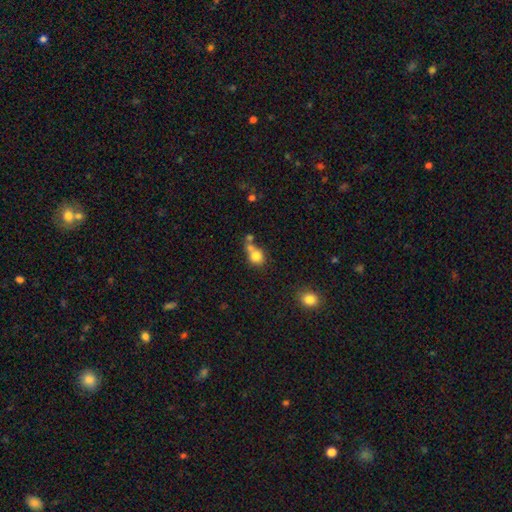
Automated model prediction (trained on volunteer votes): Smooth or featured: smooth — 78% (featured or disk — 11%)
How rounded: round — 74% (in between — 24%)
Merging: merger — 44% (none — 35%)